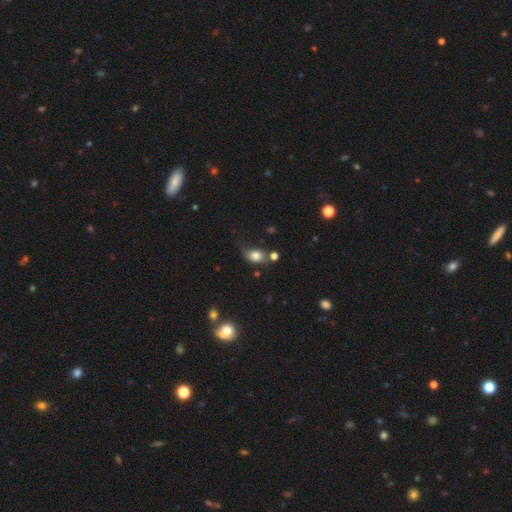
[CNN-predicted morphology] This is likely a smooth galaxy (80%). How rounded: likely in between (66%). Merging: possibly none (47%).